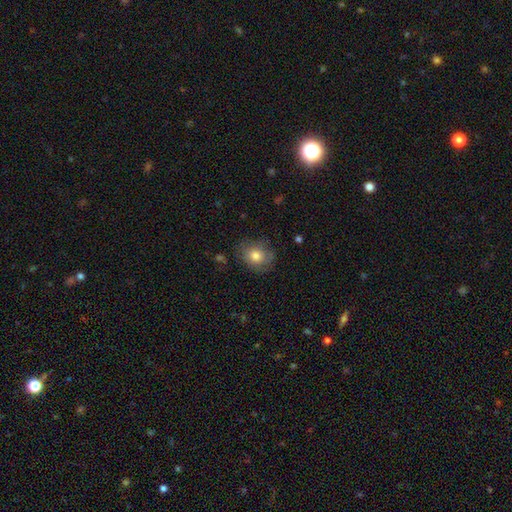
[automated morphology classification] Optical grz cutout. It shows a smooth galaxy with no disk features (78%) that is round (59%). Merging: none (75%).